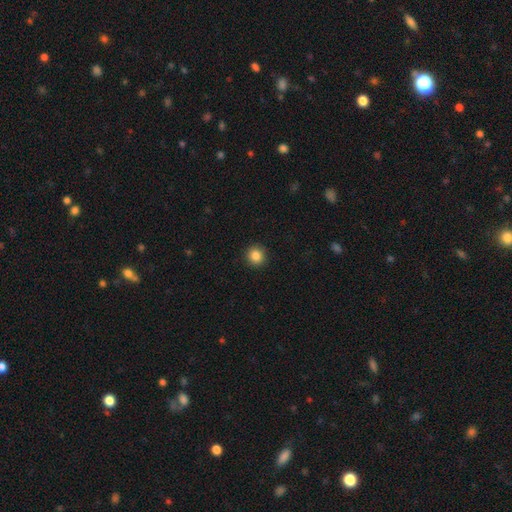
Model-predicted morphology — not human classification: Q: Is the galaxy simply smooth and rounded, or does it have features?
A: smooth — 85%.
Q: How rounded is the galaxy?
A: round — 92%.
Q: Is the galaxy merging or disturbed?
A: none — 92%.